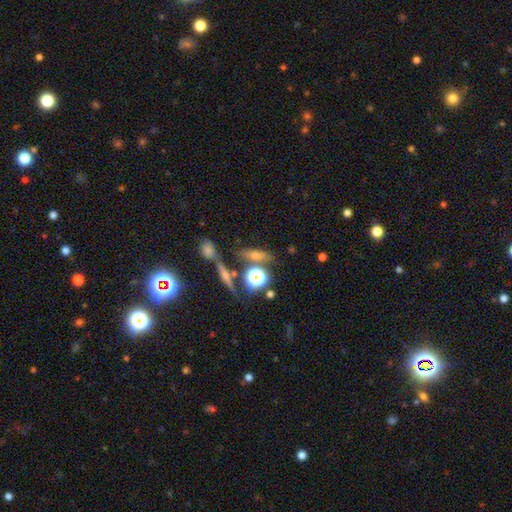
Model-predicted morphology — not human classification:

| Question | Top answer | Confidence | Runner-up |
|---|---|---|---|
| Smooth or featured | smooth | 35% | star or artifact (33%) |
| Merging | none | 71% | merger (13%) |